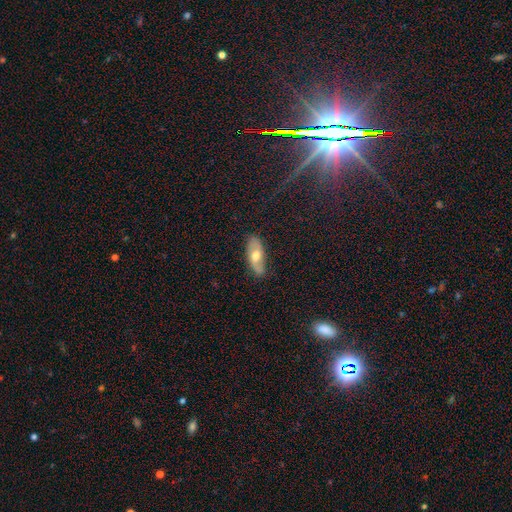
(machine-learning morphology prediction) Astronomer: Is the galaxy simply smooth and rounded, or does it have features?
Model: smooth — 48% (runner-up: featured or disk, 45%).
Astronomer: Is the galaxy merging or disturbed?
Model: none — 78%.